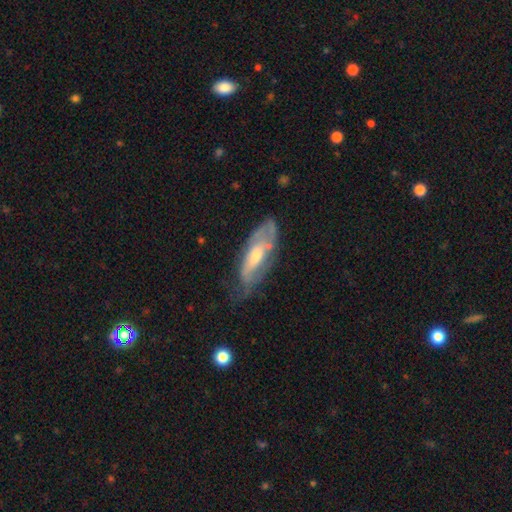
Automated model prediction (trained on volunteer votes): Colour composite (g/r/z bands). It shows a featured or disk galaxy (63%). Merging: none (49%).